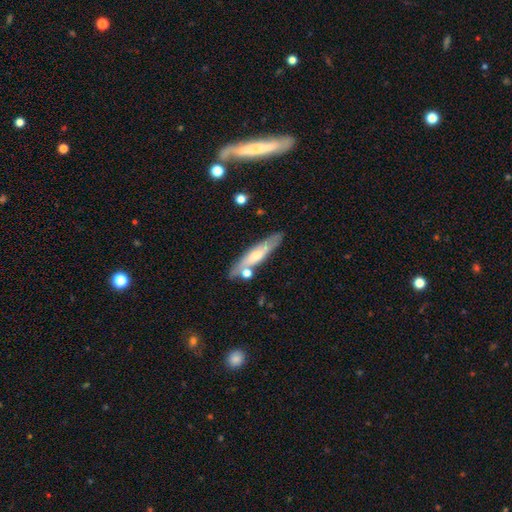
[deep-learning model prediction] Overall: featured or disk (48%; smooth 46%). Merging: none (74%).